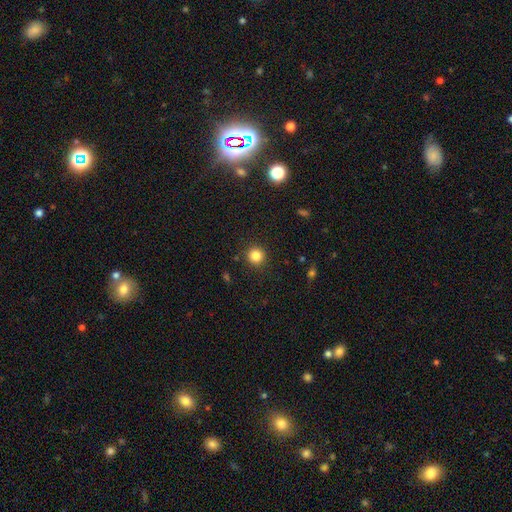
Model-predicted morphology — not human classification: Smooth or featured? Predicted: smooth (p=0.84). How rounded? Predicted: round (p=0.94). Merging? Predicted: none (p=0.90).